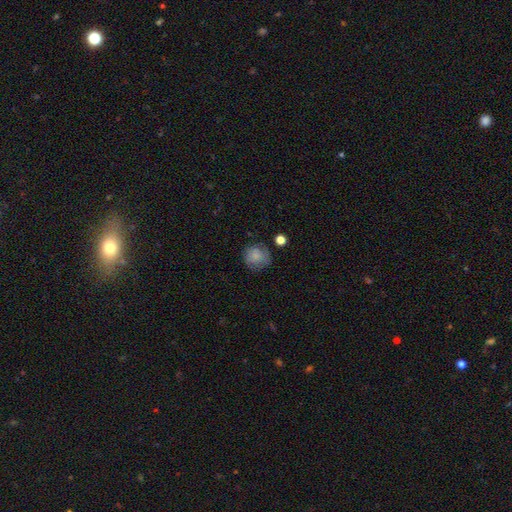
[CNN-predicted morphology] Smooth or featured? Predicted: smooth (p=0.78). How rounded? Predicted: round (p=0.88). Merging? Predicted: none (p=0.70).